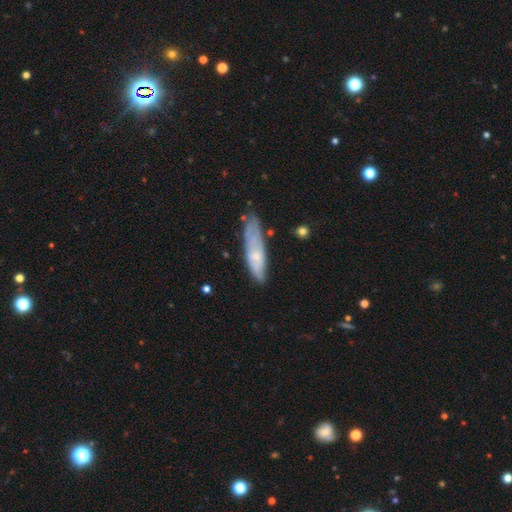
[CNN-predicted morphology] A smooth galaxy with no disk features (51%) that is cigar-shaped (63%). Merging: none (53%).